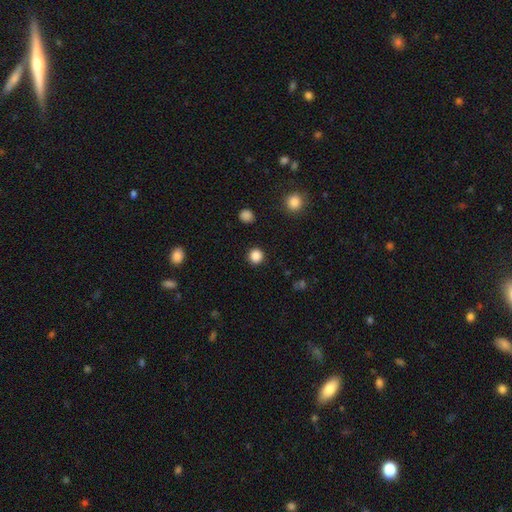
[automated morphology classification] Smooth or featured: smooth — 85% (star or artifact — 12%)
How rounded: round — 94% (in between — 5%)
Merging: none — 92% (minor disturbance — 5%)